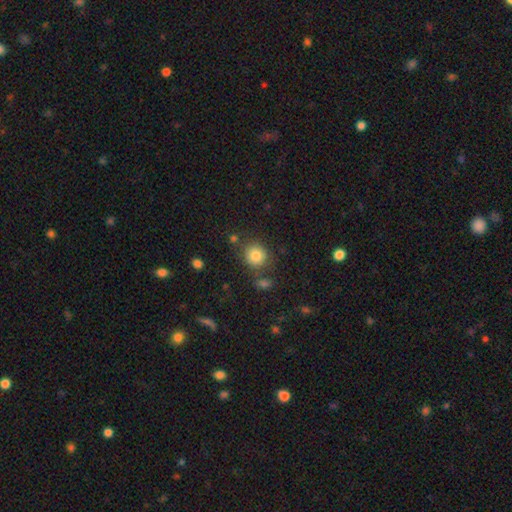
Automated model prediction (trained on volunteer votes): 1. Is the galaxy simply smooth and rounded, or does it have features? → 83% smooth, 11% star or artifact, 7% featured or disk.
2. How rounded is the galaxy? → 87% round, 12% in between, 1% cigar-shaped.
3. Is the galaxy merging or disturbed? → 76% none, 11% minor disturbance, 9% merger, 4% major disturbance.